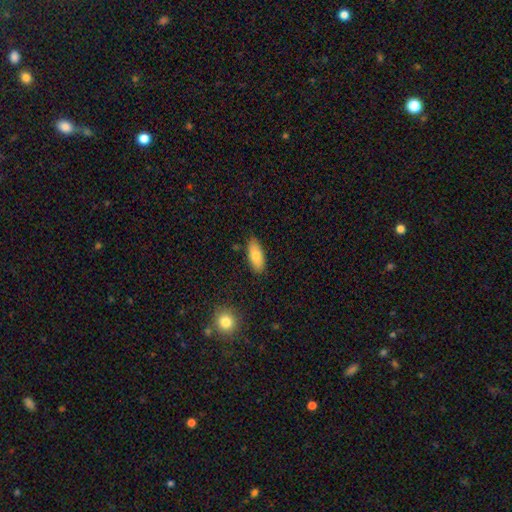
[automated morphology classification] A smooth galaxy with no disk features (80%) that is in between round and cigar-shaped (81%). Merging: none (85%).